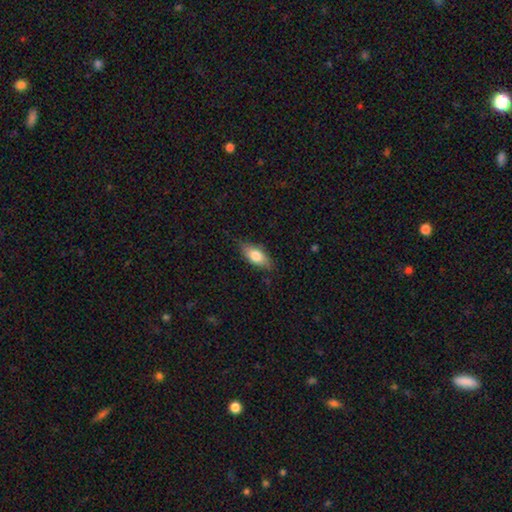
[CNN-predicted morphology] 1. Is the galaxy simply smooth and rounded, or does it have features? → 74% smooth, 19% featured or disk, 7% star or artifact.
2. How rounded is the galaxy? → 84% in between, 13% cigar-shaped, 4% round.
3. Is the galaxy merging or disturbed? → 75% none, 20% minor disturbance, 3% major disturbance, 1% merger.